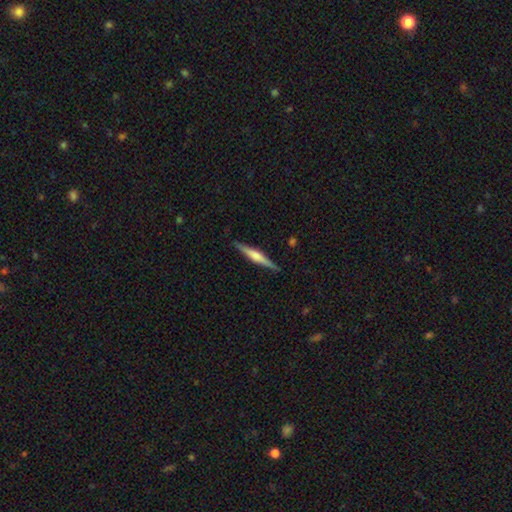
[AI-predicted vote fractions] smooth-or-featured: featured or disk: 67% | smooth: 28% | star or artifact: 6%
  disk-edge-on: yes: 98% | no: 2%
    edge-on-bulge: rounded: 71% | boxy: 20% | none: 9%
  merging: none: 90% | minor disturbance: 7% | major disturbance: 2% | merger: 1%